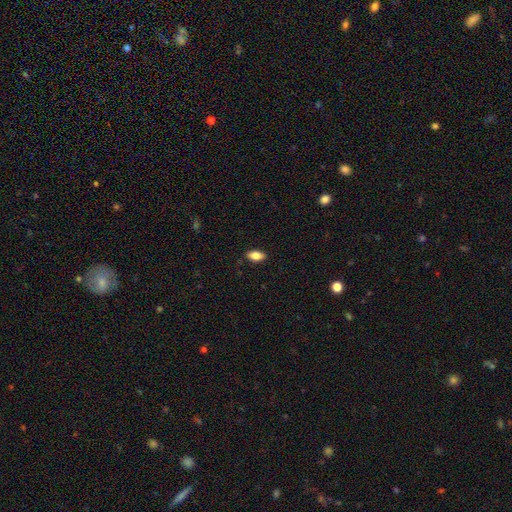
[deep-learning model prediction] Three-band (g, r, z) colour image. It shows a smooth galaxy with no disk features (78%) that is in between round and cigar-shaped (88%). Merging: none (86%).